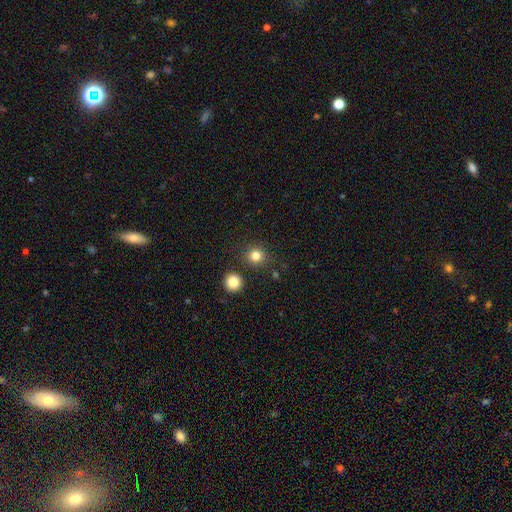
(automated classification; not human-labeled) smooth-or-featured: smooth: 81% | star or artifact: 13% | featured or disk: 5%
  how-rounded: round: 90% | in between: 9% | cigar-shaped: 1%
  merging: none: 86% | minor disturbance: 7% | merger: 4% | major disturbance: 3%